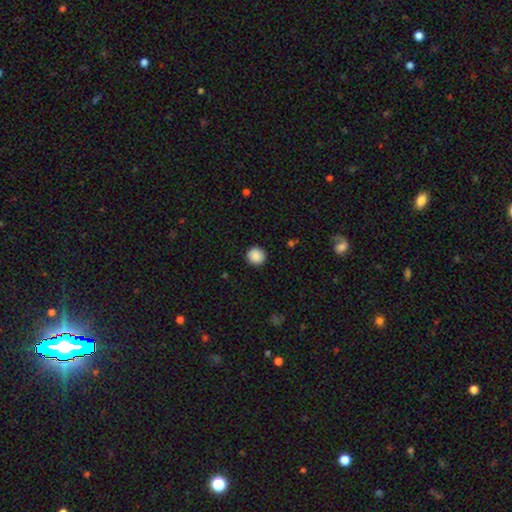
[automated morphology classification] Smooth or featured: smooth — 89% (star or artifact — 9%)
How rounded: round — 94% (in between — 5%)
Merging: none — 92% (minor disturbance — 6%)